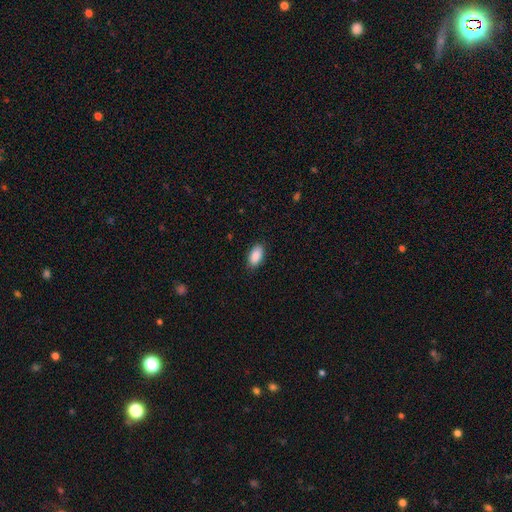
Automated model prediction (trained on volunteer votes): A smooth galaxy with no disk features (90%) that is in between round and cigar-shaped (94%). Merging: none (87%).